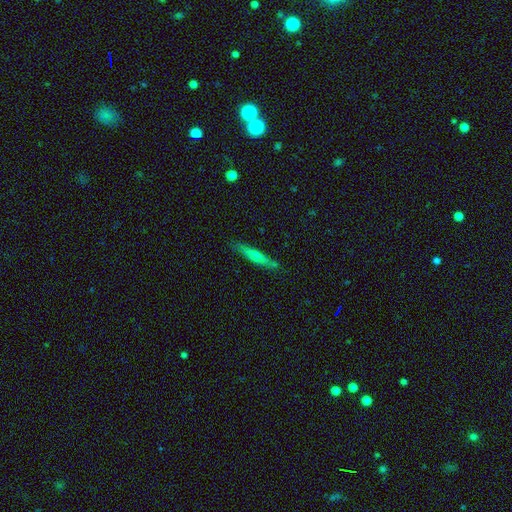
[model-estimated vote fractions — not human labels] Smooth or featured? Predicted: smooth (p=0.55). How rounded? Predicted: cigar-shaped (p=0.91). Merging? Predicted: none (p=0.83).